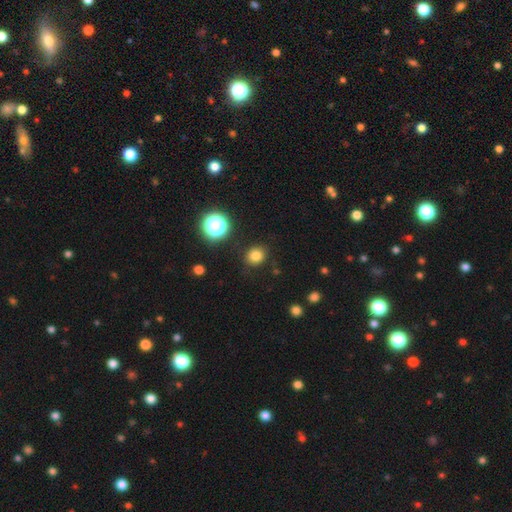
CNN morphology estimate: type=smooth (80%); roundness=round (74%); merging=none (88%).